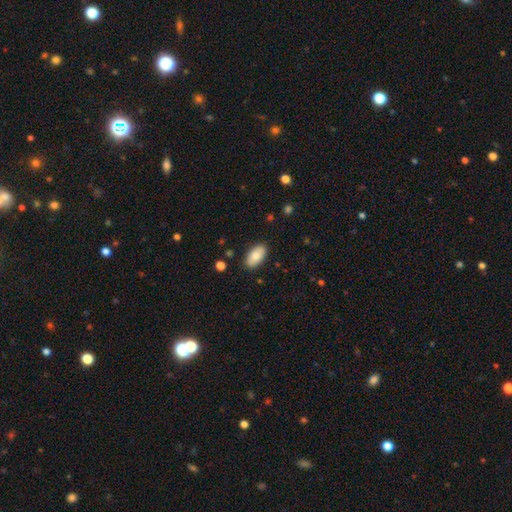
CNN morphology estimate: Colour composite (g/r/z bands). It shows a smooth galaxy with no disk features (82%) that is in between round and cigar-shaped (95%). Merging: none (87%).